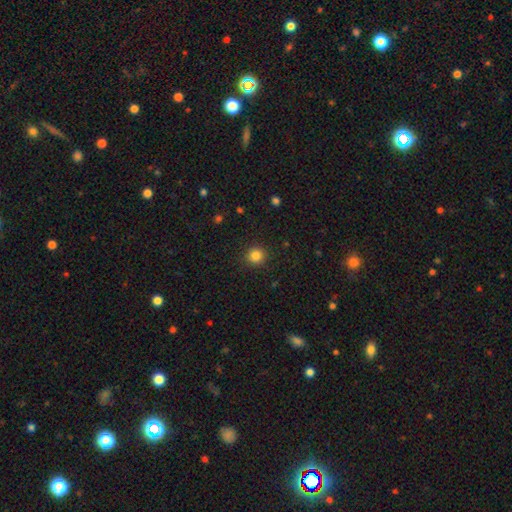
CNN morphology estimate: The model was most divided on "smooth or featured": smooth: 84%, star or artifact: 12%, featured or disk: 5%. More confident: how rounded — round (93%); merging — none (91%).